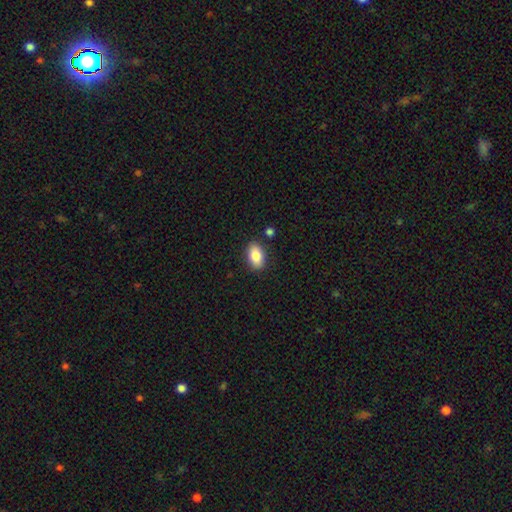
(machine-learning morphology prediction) type=smooth (85%); roundness=in between (90%); merging=none (85%).